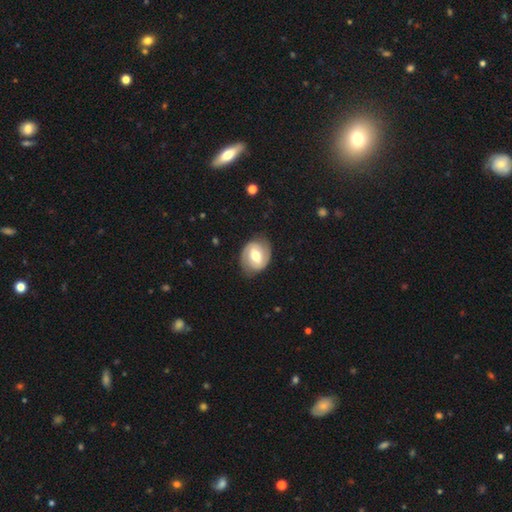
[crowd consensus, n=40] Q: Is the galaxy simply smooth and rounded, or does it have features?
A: featured or disk — 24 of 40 (60%).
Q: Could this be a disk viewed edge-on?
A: no — 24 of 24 (100%).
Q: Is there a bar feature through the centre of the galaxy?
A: weak — 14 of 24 (58%).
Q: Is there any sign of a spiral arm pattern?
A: yes — 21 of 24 (88%).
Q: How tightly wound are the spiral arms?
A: tight — 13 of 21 (62%).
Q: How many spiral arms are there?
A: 2 — 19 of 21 (90%).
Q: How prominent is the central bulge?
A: moderate — 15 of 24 (62%).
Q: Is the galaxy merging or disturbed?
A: none — 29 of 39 (74%).